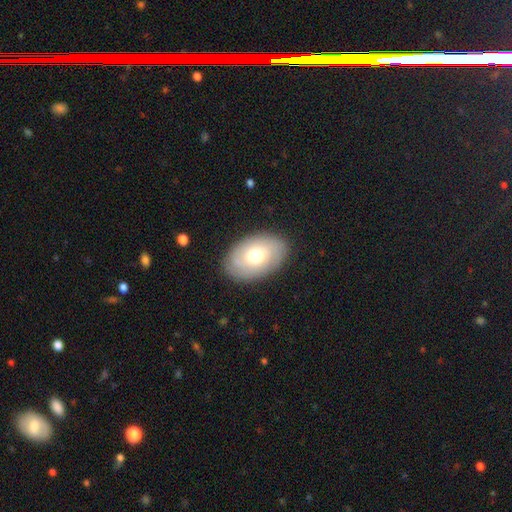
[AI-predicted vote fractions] Overall: smooth (57%; featured or disk 37%). How rounded: in between (88%). Merging: none (85%).